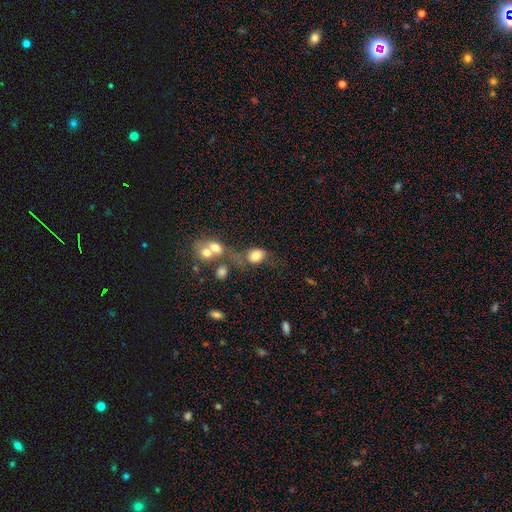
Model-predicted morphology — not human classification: smooth_or_featured: smooth (p=0.77) [alt: featured or disk p=0.14]
how_rounded: in between (p=0.66) [alt: round p=0.32]
merging: none (p=0.37) [alt: merger p=0.25]